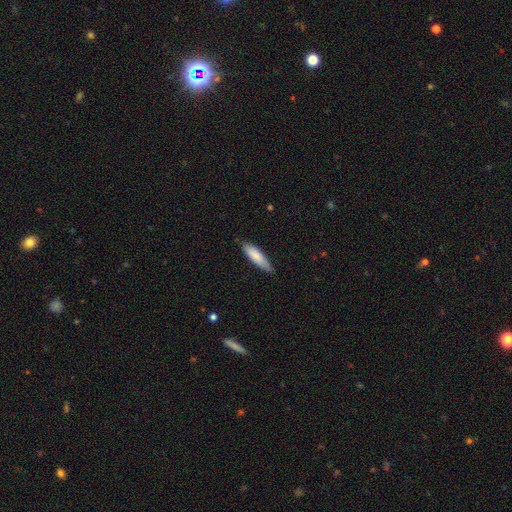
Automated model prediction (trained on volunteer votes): Smooth or featured? smooth (80%)
How rounded? cigar-shaped (62%)
Merging? none (78%)